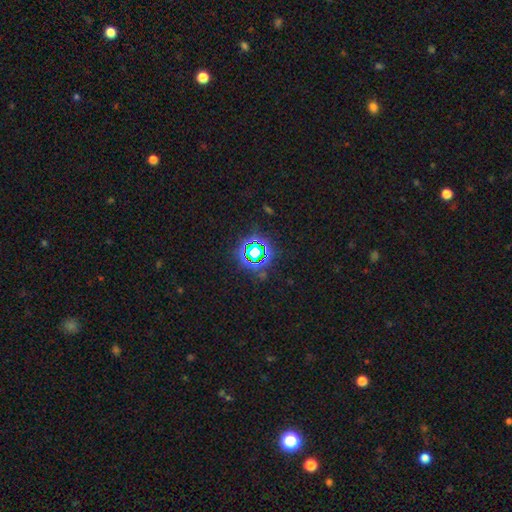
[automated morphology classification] Smooth or featured? Predicted: star or artifact (p=0.74).